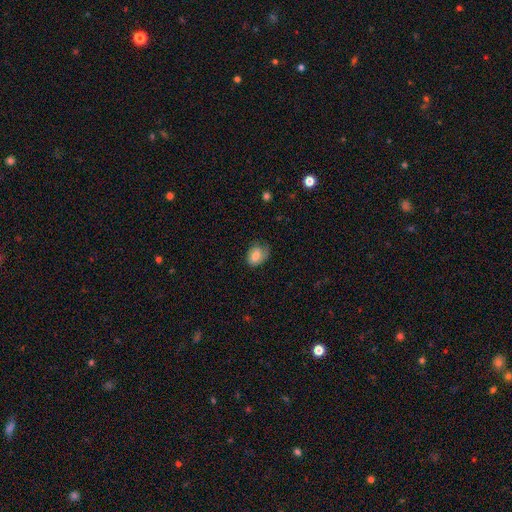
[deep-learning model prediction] A smooth galaxy with no disk features (69%) that is in between round and cigar-shaped (74%).

Vote fractions:
- Smooth or featured? smooth: 69% / featured or disk: 23% / star or artifact: 8%
- How rounded? in between: 74% / round: 25% / cigar-shaped: 1%
- Merging? none: 54% / minor disturbance: 30% / major disturbance: 15% / merger: 1%